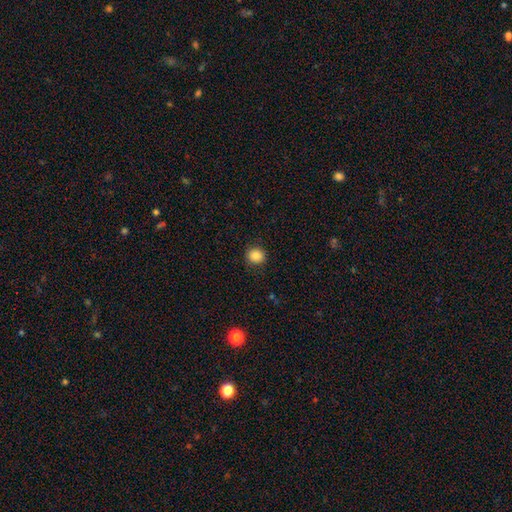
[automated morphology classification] A smooth galaxy with no disk features (87%) that is round (86%). Merging: none (89%).